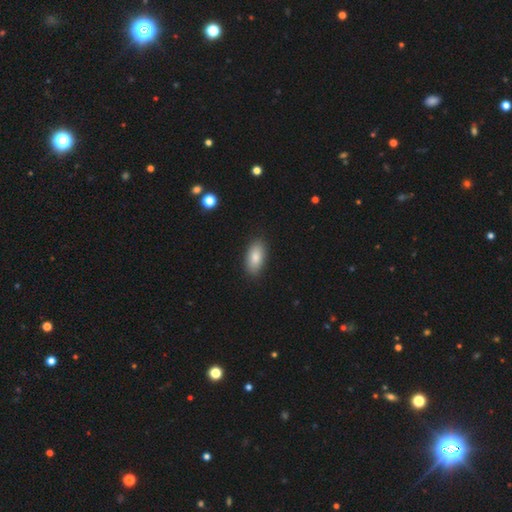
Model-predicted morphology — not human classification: smooth_or_featured: smooth (p=0.84) [alt: featured or disk p=0.09]
how_rounded: in between (p=0.91) [alt: cigar-shaped p=0.06]
merging: none (p=0.88) [alt: minor disturbance p=0.09]